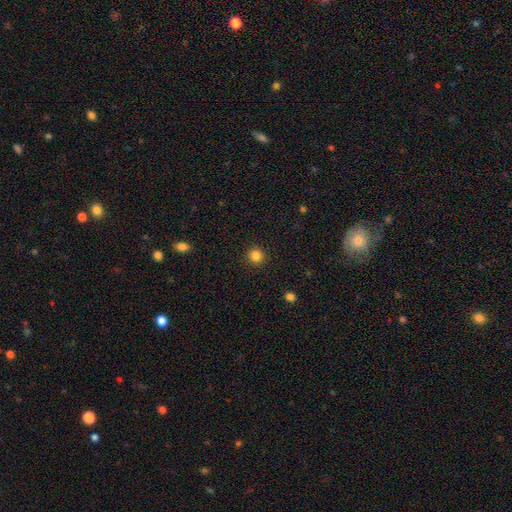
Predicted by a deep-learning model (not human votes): Smooth or featured? Predicted: smooth (p=0.84). How rounded? Predicted: round (p=0.92). Merging? Predicted: none (p=0.92).